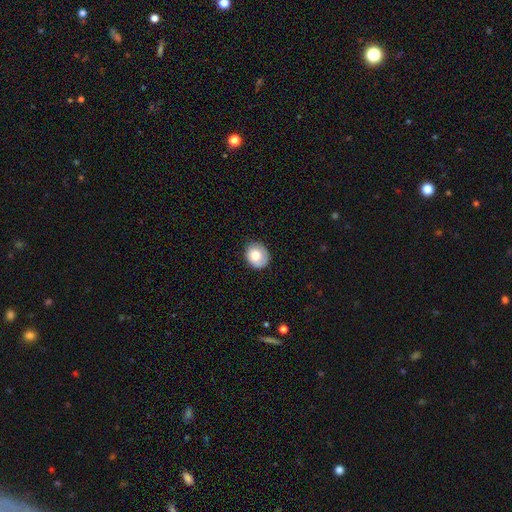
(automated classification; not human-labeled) smooth-or-featured: smooth: 77% | featured or disk: 16% | star or artifact: 7%
  how-rounded: round: 67% | in between: 32% | cigar-shaped: 1%
  merging: none: 75% | minor disturbance: 19% | major disturbance: 5% | merger: 1%